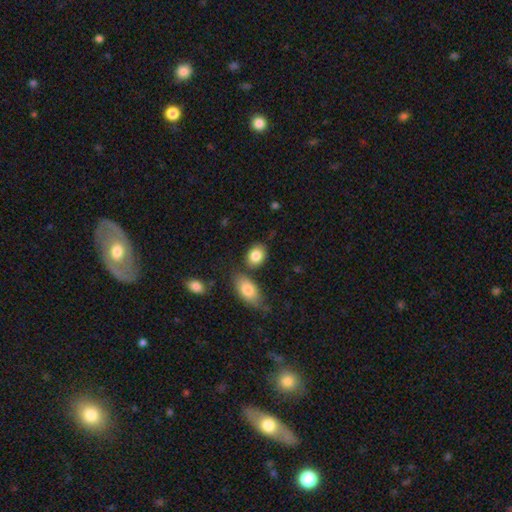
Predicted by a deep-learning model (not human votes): smooth 85%, featured or disk 8%, star or artifact 7%. Down the decision tree: how rounded — in between (69%); merging — none (72%).